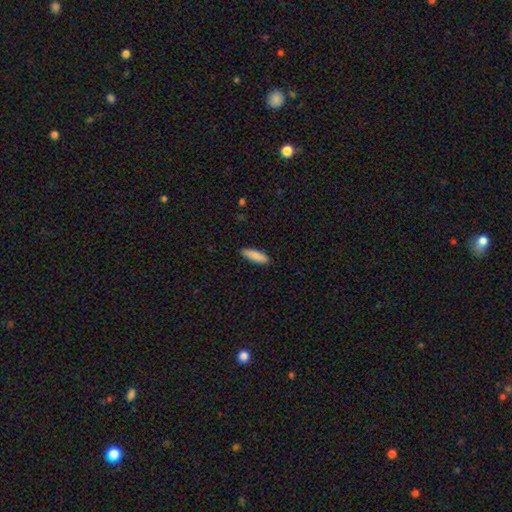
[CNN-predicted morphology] A smooth galaxy with no disk features (88%) that is cigar-shaped (57%). Merging: none (88%).